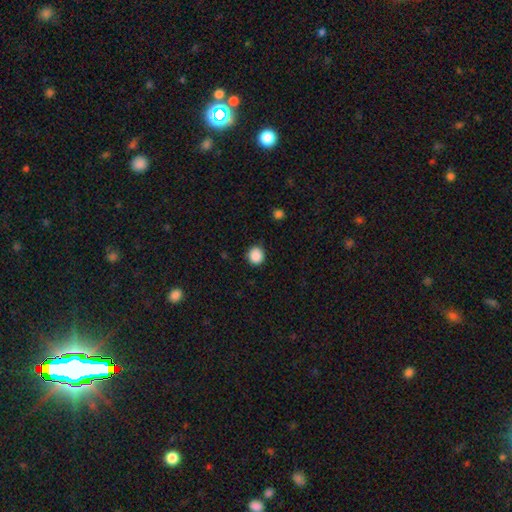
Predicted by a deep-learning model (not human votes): smooth 88%, star or artifact 9%, featured or disk 2%. Down the decision tree: how rounded — round (90%); merging — none (89%).